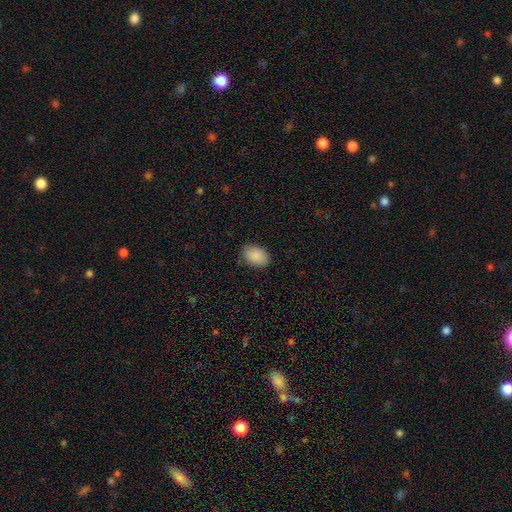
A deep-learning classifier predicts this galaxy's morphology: This is clearly a smooth galaxy (89%). How rounded: clearly in between (87%). Merging: clearly none (86%).